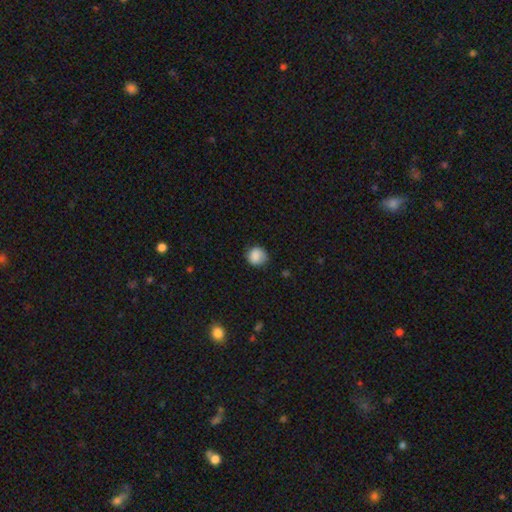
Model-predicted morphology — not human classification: smooth-or-featured: smooth: 87% | star or artifact: 9% | featured or disk: 4%
  how-rounded: round: 85% | in between: 14% | cigar-shaped: 1%
  merging: none: 79% | minor disturbance: 17% | major disturbance: 4% | merger: 1%